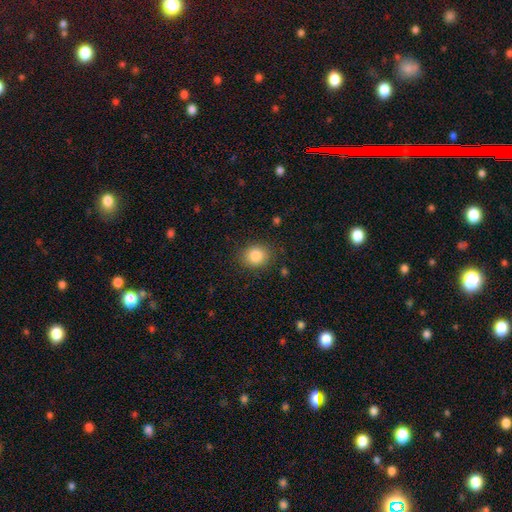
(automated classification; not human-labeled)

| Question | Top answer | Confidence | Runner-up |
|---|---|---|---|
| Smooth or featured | smooth | 86% | star or artifact (9%) |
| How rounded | round | 64% | in between (35%) |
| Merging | none | 85% | minor disturbance (10%) |